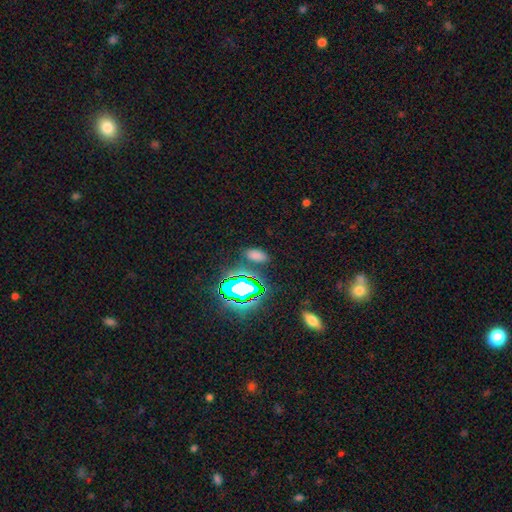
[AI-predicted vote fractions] This is likely a smooth galaxy (66%). How rounded: clearly in between (89%). Merging: clearly none (82%).